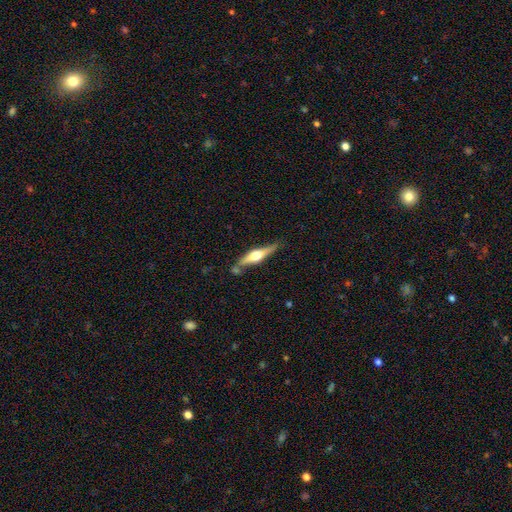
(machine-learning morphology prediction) Smooth or featured? featured or disk (67%)
Edge-on disk? yes (95%)
Edge-on bulge? rounded (93%)
Merging? none (73%)